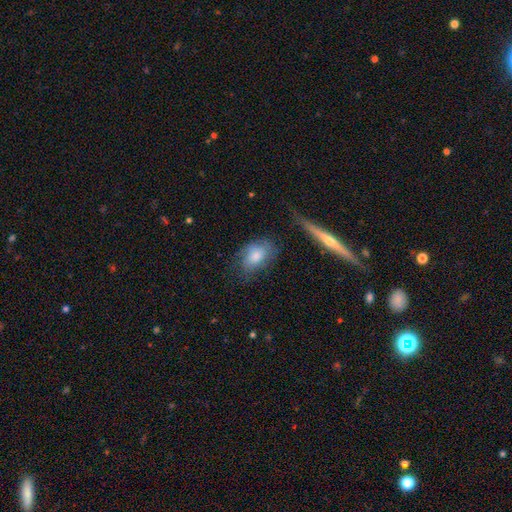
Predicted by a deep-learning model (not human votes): Smooth or featured? Predicted: smooth (p=0.76). How rounded? Predicted: in between (p=0.86). Merging? Predicted: none (p=0.56).